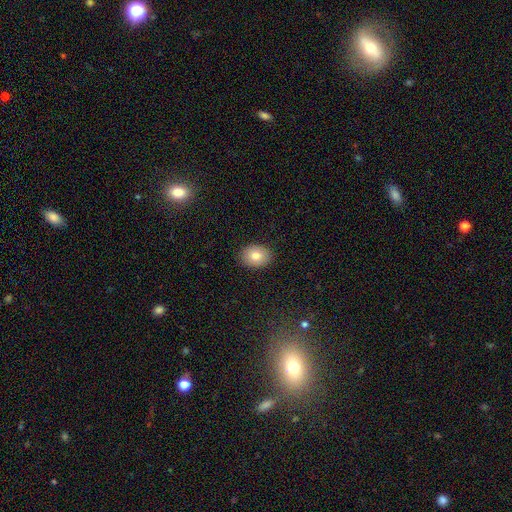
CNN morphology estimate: Q: Smooth or featured?
A: smooth (80%); runner-up: featured or disk (11%)
Q: How rounded?
A: in between (66%); runner-up: round (33%)
Q: Merging?
A: none (89%); runner-up: minor disturbance (8%)